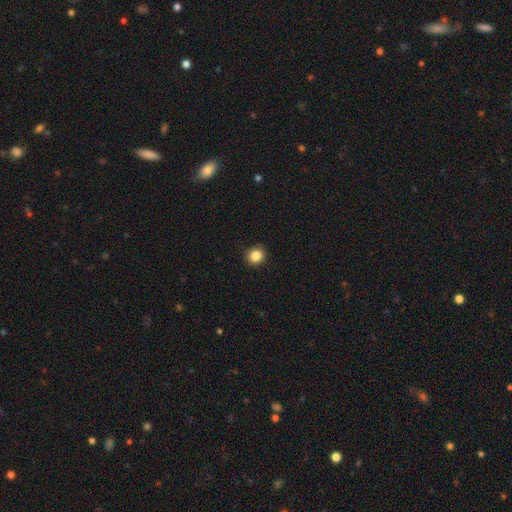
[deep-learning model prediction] This appears to be a smooth galaxy with no disk features (85%) that is round (85%). Merging: none (91%).